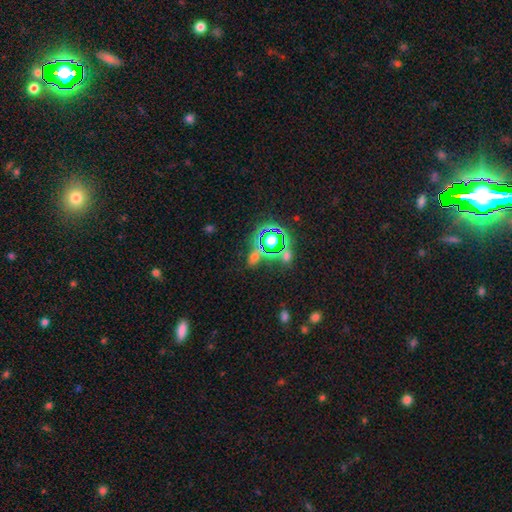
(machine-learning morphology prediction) The model was most divided on "smooth or featured": star or artifact: 69%, smooth: 22%, featured or disk: 9%.